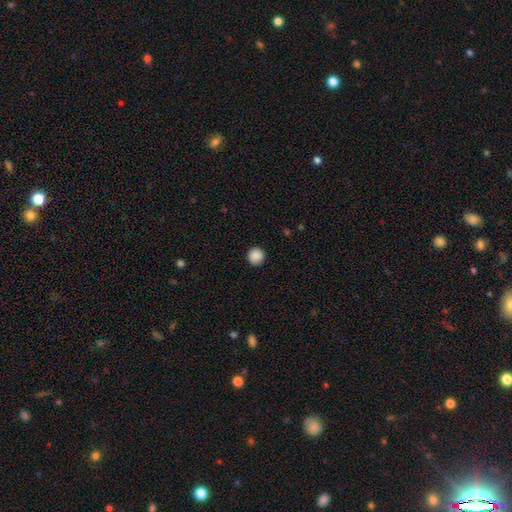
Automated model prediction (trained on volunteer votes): This is clearly a smooth galaxy (89%). How rounded: clearly round (94%). Merging: clearly none (91%).